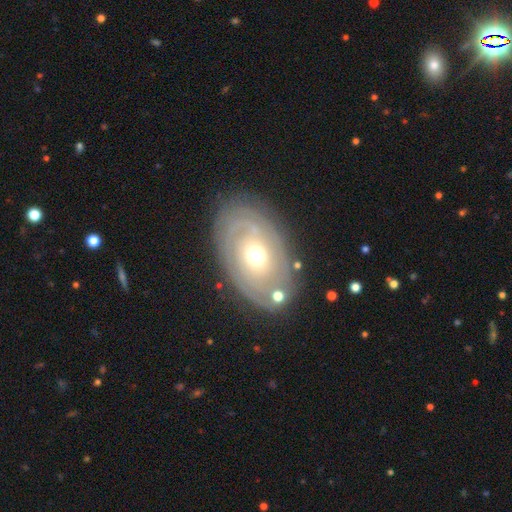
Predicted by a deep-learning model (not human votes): Overall: featured or disk (75%). Edge-on disk: no (94%). Bar: no (81%). Spiral arms: yes (78%). Spiral arm count: can't tell (43%; 2 28%). Spiral winding: tight (74%). Bulge size: moderate (68%). Merging: none (78%).